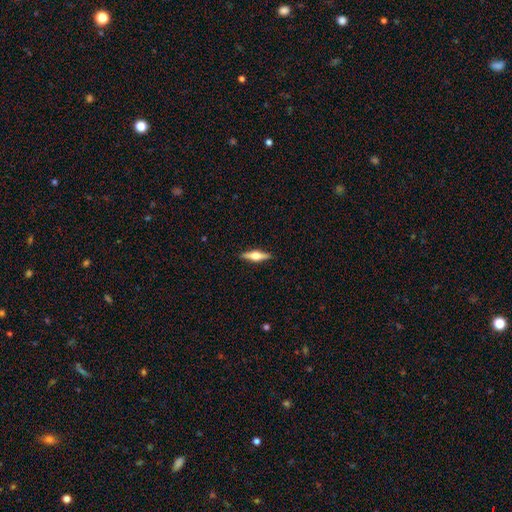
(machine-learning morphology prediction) Smooth or featured?
  - featured or disk: 63% *
  - smooth: 31%
  - star or artifact: 6%
Edge-on disk?
  - yes: 97% *
  - no: 3%
Edge-on bulge?
  - rounded: 94% *
  - boxy: 4%
  - none: 2%
Merging?
  - none: 90% *
  - minor disturbance: 7%
  - major disturbance: 2%
  - merger: 1%